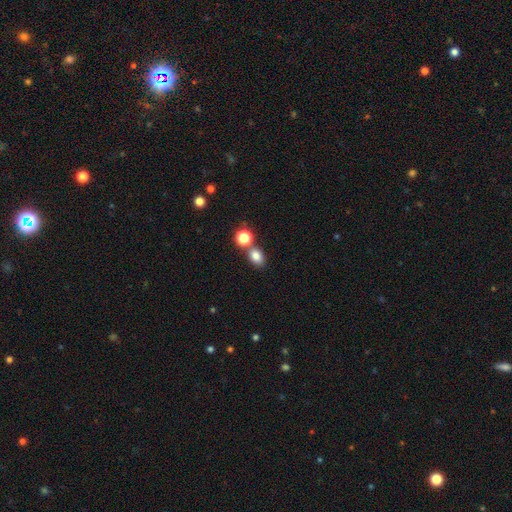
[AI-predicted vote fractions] Morphology: type=smooth (81%); roundness=in between (65%); merging=none (58%).